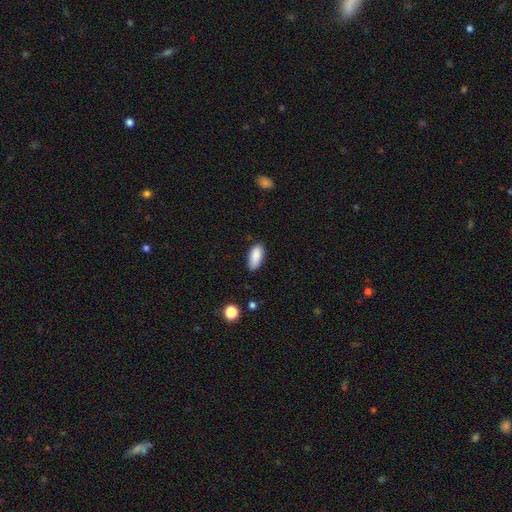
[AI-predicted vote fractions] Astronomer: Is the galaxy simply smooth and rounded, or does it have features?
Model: smooth — 88%.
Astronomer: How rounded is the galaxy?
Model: in between — 88%.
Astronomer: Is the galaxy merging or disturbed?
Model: none — 80%.